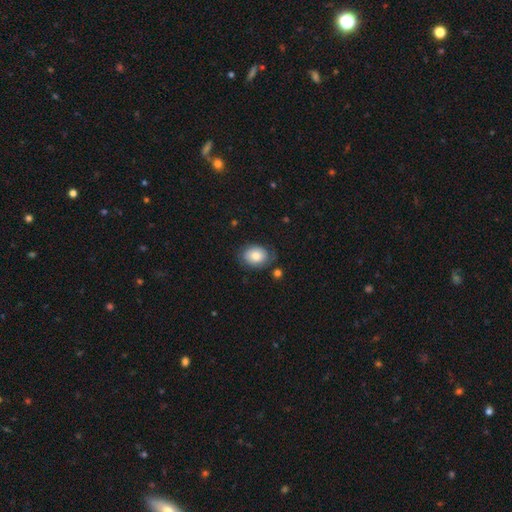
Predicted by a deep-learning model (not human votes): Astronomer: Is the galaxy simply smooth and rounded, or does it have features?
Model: smooth — 75%.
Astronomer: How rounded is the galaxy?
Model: in between — 59% (runner-up: round, 40%).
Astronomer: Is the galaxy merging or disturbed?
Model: none — 71%.